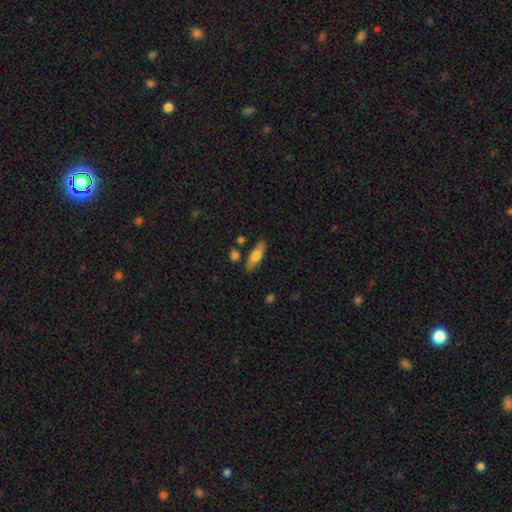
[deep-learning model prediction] smooth 64%, featured or disk 30%, star or artifact 6%. Down the decision tree: how rounded — in between (51%); merging — none (80%).